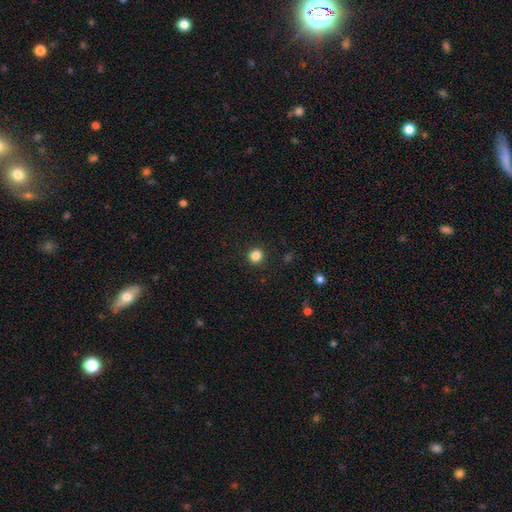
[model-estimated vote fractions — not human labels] Smooth or featured? smooth (85%)
How rounded? round (92%)
Merging? none (92%)